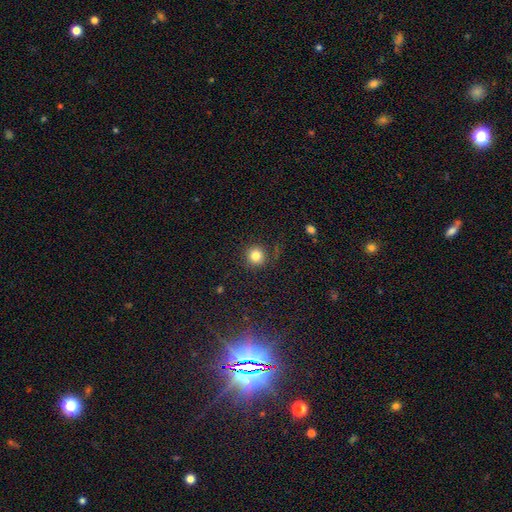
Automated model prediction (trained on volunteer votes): Overall: smooth (82%). How rounded: round (94%). Merging: none (87%).